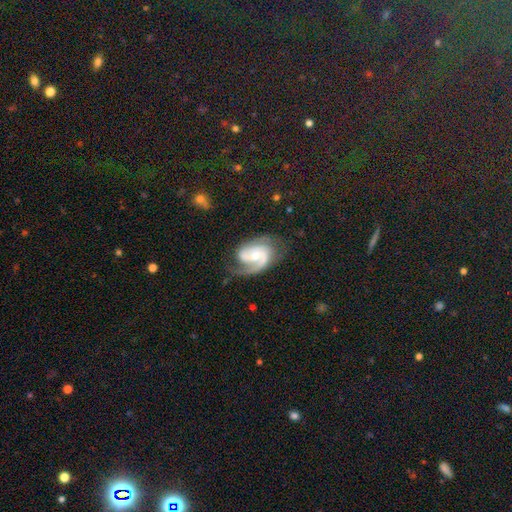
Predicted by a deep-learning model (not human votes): smooth_or_featured: featured or disk (p=0.89) [alt: smooth p=0.06]
disk_edge_on: no (p=0.98) [alt: yes p=0.02]
bar: no (p=0.49) [alt: weak p=0.37]
has_spiral_arms: yes (p=0.97) [alt: no p=0.03]
spiral_winding: medium (p=0.50) [alt: tight p=0.34]
spiral_arm_count: 2 (p=0.75) [alt: 1 p=0.10]
bulge_size: moderate (p=0.52) [alt: small p=0.42]
merging: none (p=0.64) [alt: minor disturbance p=0.21]